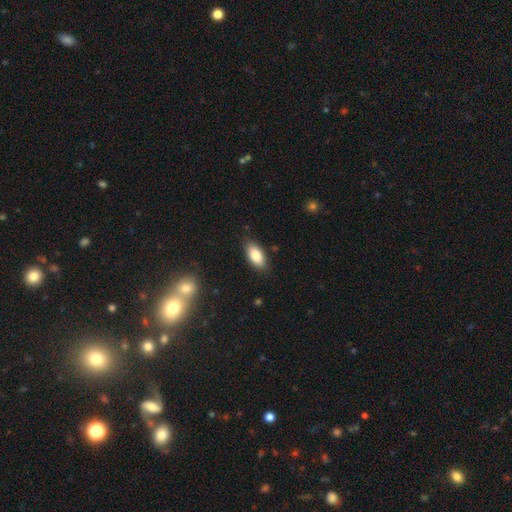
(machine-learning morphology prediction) type=smooth (82%); roundness=in between (90%); merging=none (84%).